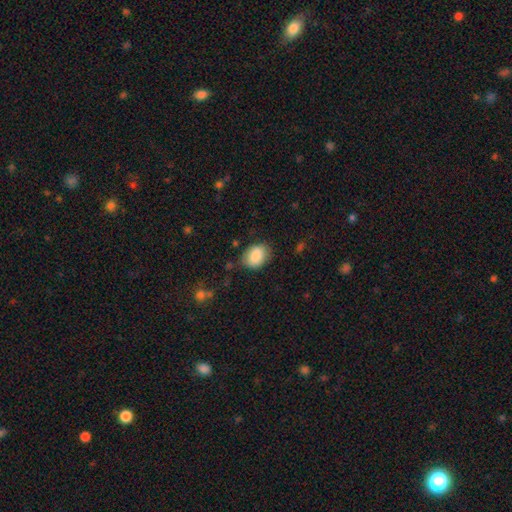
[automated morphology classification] A smooth galaxy with no disk features (87%) that is in between round and cigar-shaped (73%).

Vote fractions:
- Smooth or featured? smooth: 87% / star or artifact: 7% / featured or disk: 6%
- How rounded? in between: 73% / round: 26% / cigar-shaped: 1%
- Merging? none: 77% / minor disturbance: 17% / major disturbance: 4% / merger: 2%